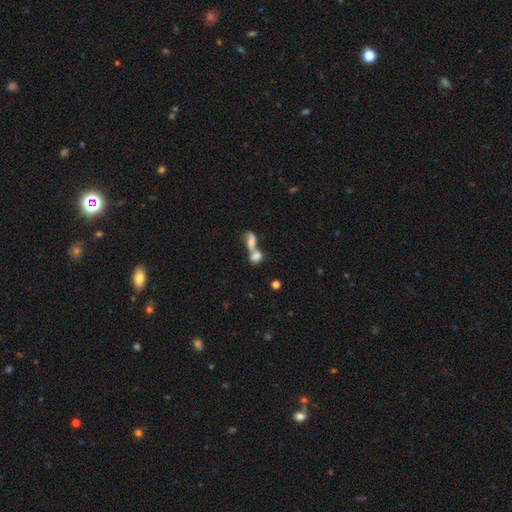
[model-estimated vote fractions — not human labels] Smooth or featured?
  - smooth: 68% *
  - featured or disk: 21%
  - star or artifact: 11%
How rounded?
  - in between: 67% *
  - round: 18%
  - cigar-shaped: 15%
Merging?
  - merger: 73% *
  - none: 15%
  - major disturbance: 6%
  - minor disturbance: 6%